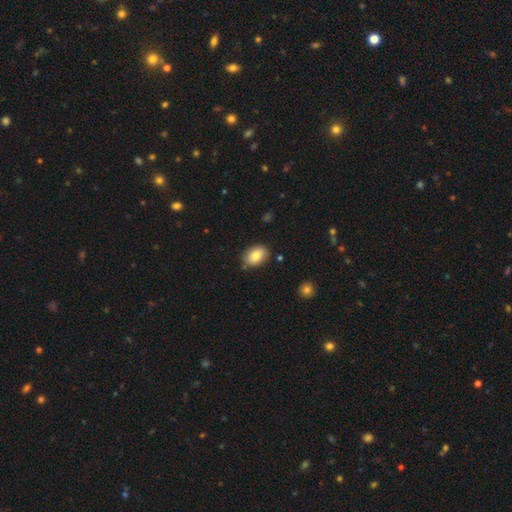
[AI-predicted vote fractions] smooth-or-featured: smooth: 81% | featured or disk: 11% | star or artifact: 8%
  how-rounded: in between: 85% | round: 14% | cigar-shaped: 1%
  merging: none: 79% | minor disturbance: 16% | major disturbance: 3% | merger: 2%